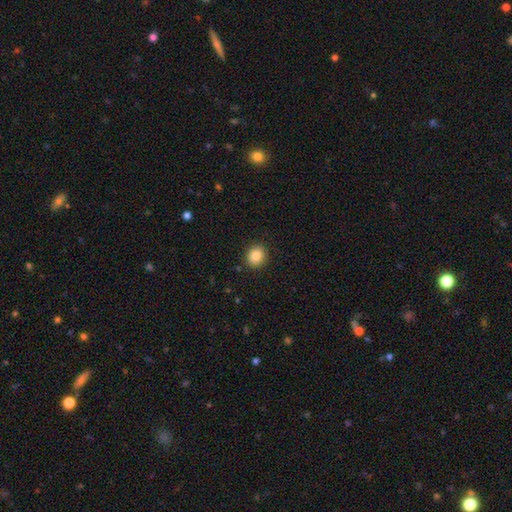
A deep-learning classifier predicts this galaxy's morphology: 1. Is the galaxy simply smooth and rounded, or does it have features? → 85% smooth, 9% star or artifact, 6% featured or disk.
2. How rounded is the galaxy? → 74% round, 25% in between, 1% cigar-shaped.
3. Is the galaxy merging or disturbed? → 90% none, 7% minor disturbance, 2% major disturbance, 1% merger.